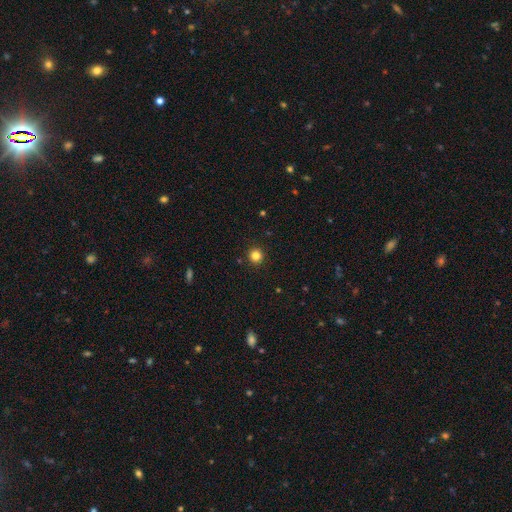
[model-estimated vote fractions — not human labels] Smooth or featured? smooth (83%)
How rounded? round (95%)
Merging? none (93%)